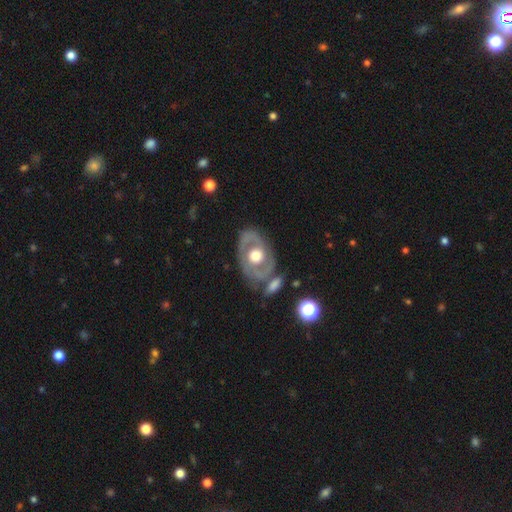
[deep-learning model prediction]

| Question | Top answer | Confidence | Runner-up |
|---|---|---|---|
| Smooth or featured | featured or disk | 75% | smooth (20%) |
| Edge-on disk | no | 95% | yes (5%) |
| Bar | no | 77% | weak (17%) |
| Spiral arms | yes | 59% | no (41%) |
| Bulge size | moderate | 57% | large (35%) |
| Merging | none | 67% | minor disturbance (16%) |